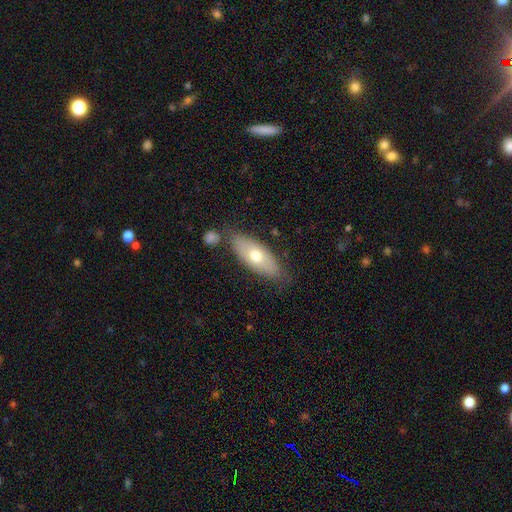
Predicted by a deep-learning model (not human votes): smooth_or_featured: smooth (p=0.63) [alt: featured or disk p=0.31]
how_rounded: in between (p=0.73) [alt: cigar-shaped p=0.24]
merging: none (p=0.73) [alt: minor disturbance p=0.16]